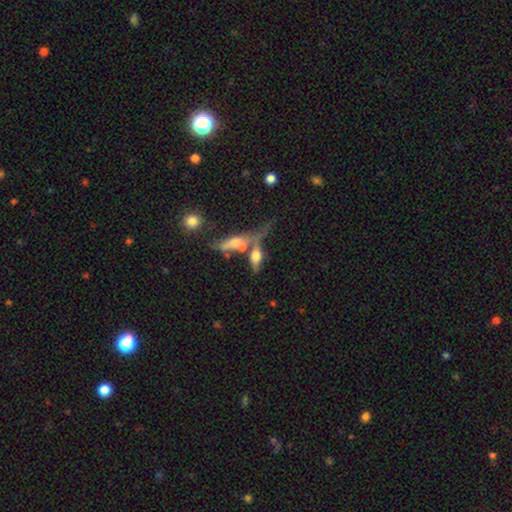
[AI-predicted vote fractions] A smooth galaxy with no disk features (50%). Merging: merger (40%).